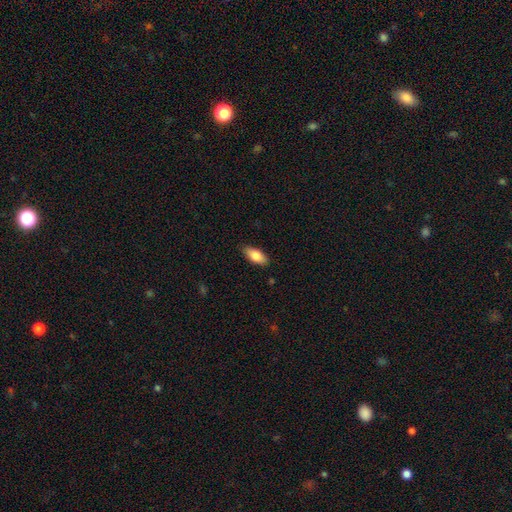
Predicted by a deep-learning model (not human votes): Smooth or featured?
  - smooth: 80% *
  - featured or disk: 14%
  - star or artifact: 7%
How rounded?
  - in between: 84% *
  - cigar-shaped: 14%
  - round: 3%
Merging?
  - none: 85% *
  - minor disturbance: 11%
  - major disturbance: 2%
  - merger: 1%